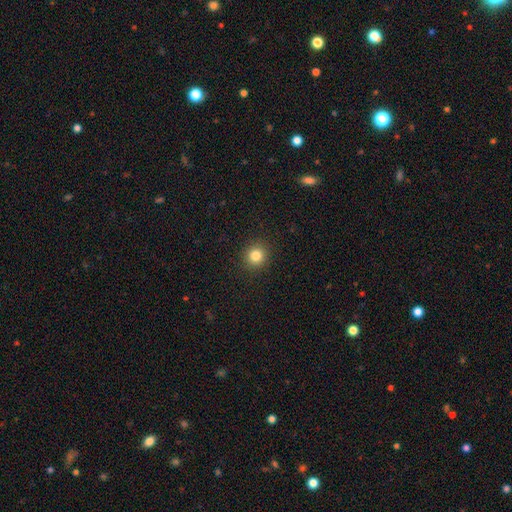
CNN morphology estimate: Smooth or featured? smooth (83%)
How rounded? round (91%)
Merging? none (92%)